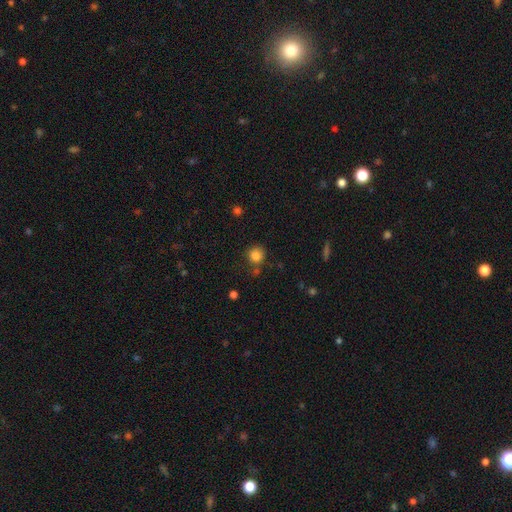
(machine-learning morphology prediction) This is clearly a smooth galaxy (84%). How rounded: clearly round (88%). Merging: likely none (74%).